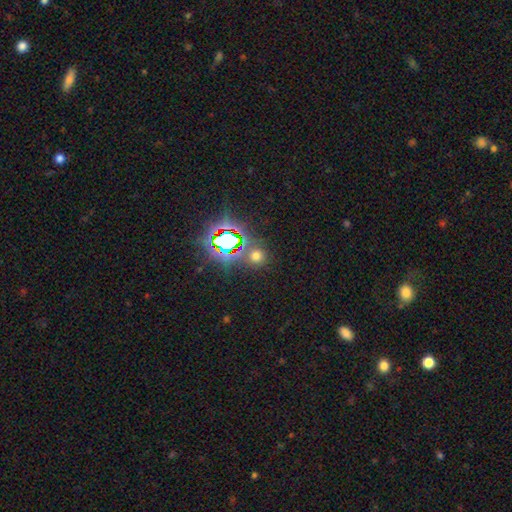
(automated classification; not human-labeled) The model was most divided on "smooth or featured": smooth: 54%, star or artifact: 39%, featured or disk: 8%. More confident: how rounded — round (88%); merging — none (79%).